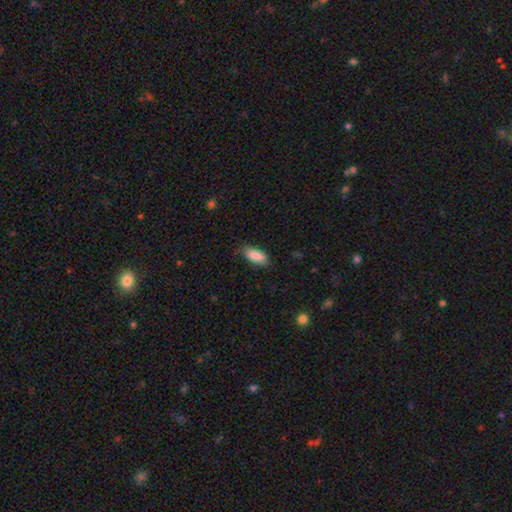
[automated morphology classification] Overall: smooth (88%). How rounded: in between (84%). Merging: none (80%).